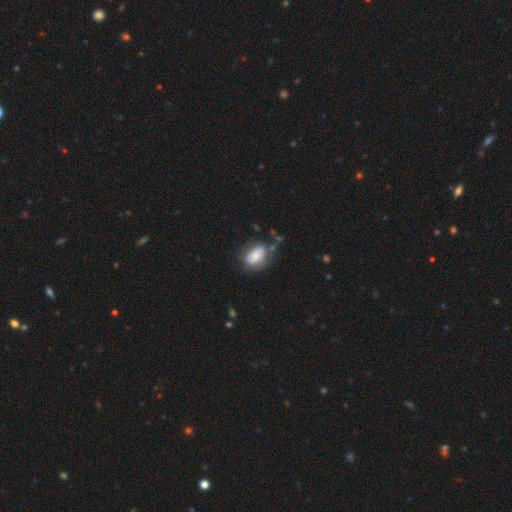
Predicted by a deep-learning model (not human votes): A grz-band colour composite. It shows a smooth galaxy with no disk features (70%) that is in between round and cigar-shaped (85%). Merging: none (56%).